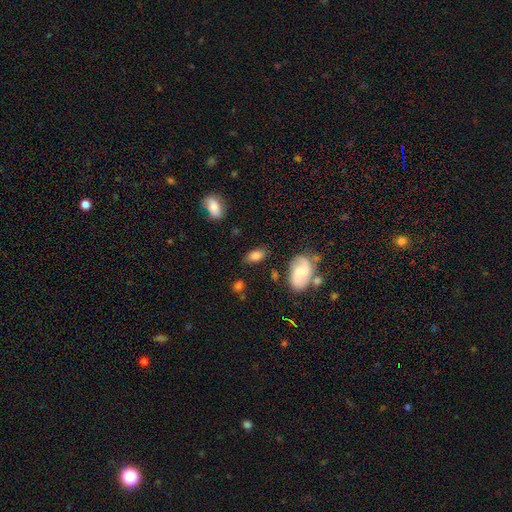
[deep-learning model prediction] Smooth or featured? Predicted: smooth (p=0.73). How rounded? Predicted: in between (p=0.89). Merging? Predicted: none (p=0.73).